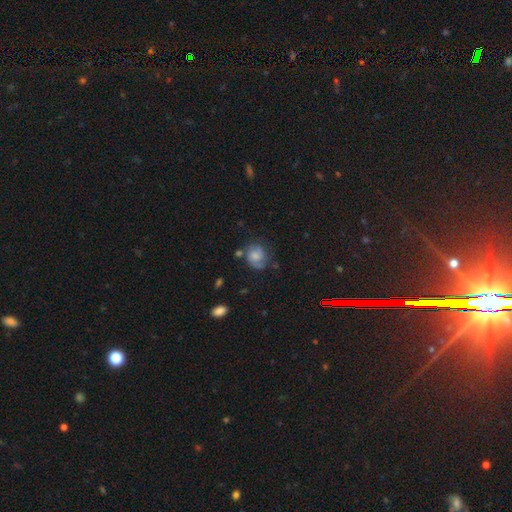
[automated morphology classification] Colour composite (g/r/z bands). It shows a featured or disk galaxy (49%). Merging: none (58%).